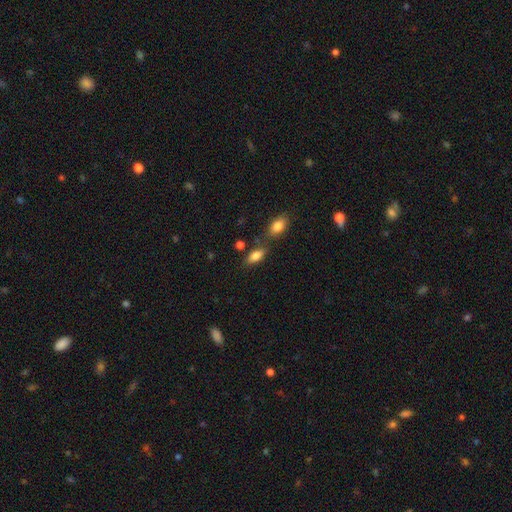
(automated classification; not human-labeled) Smooth or featured? smooth (80%)
How rounded? in between (83%)
Merging? none (66%)